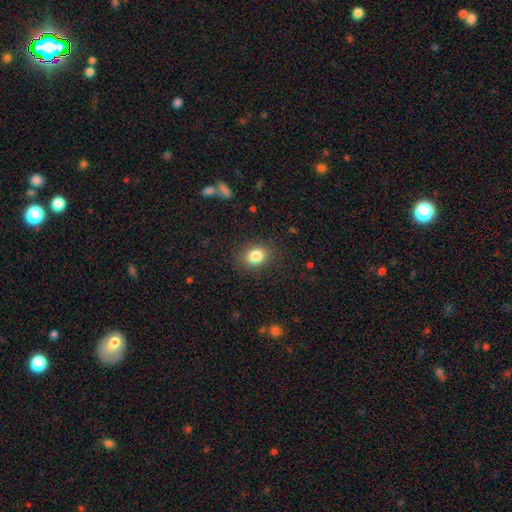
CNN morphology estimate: A smooth galaxy with no disk features (84%) that is in between round and cigar-shaped (52%). Merging: none (86%).